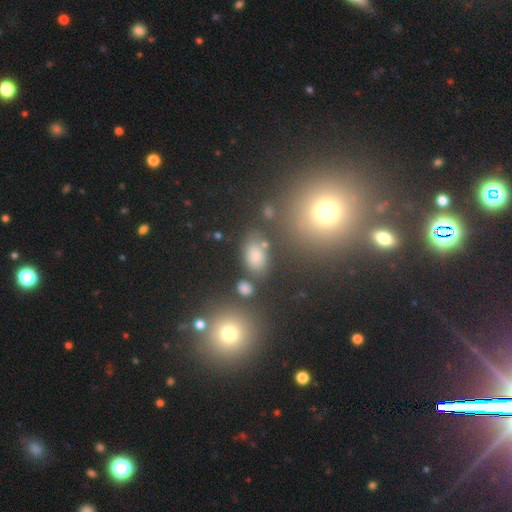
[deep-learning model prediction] The model was most divided on "merging": none: 68%, minor disturbance: 15%, merger: 10%, major disturbance: 7%. More confident: how rounded — in between (84%); smooth or featured — smooth (75%).